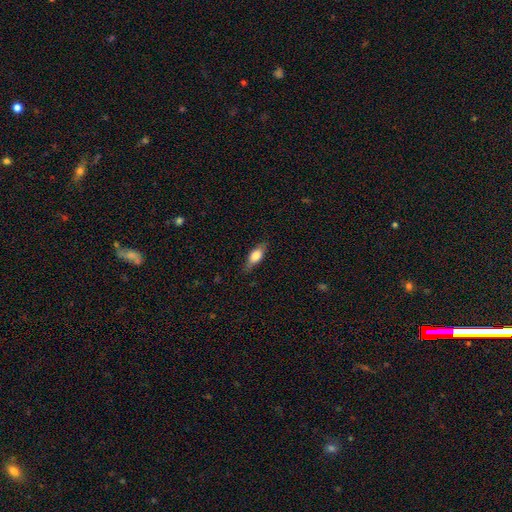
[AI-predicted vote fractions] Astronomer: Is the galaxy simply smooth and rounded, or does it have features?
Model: smooth — 70%.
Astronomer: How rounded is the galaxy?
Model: in between — 72%.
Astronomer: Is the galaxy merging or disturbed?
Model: none — 78%.